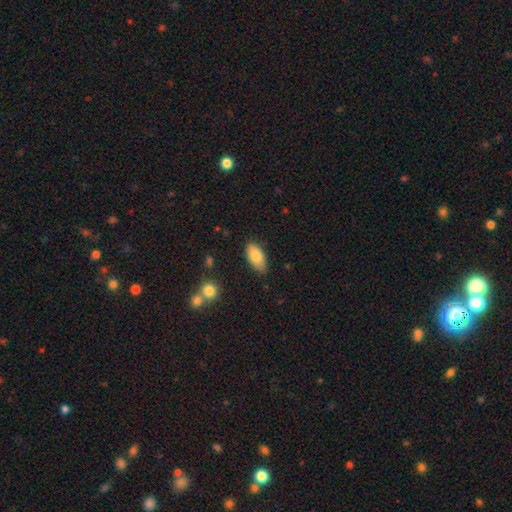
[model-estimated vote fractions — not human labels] Q: Smooth or featured?
A: smooth (81%); runner-up: featured or disk (13%)
Q: How rounded?
A: in between (92%); runner-up: cigar-shaped (5%)
Q: Merging?
A: none (79%); runner-up: minor disturbance (16%)